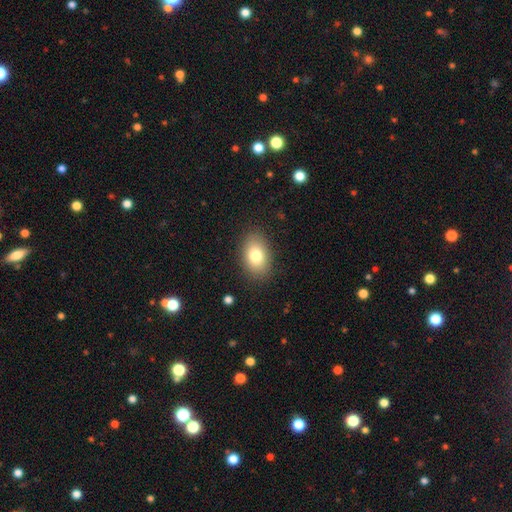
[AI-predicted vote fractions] This is likely a smooth galaxy (79%). How rounded: clearly in between (84%). Merging: clearly none (86%).